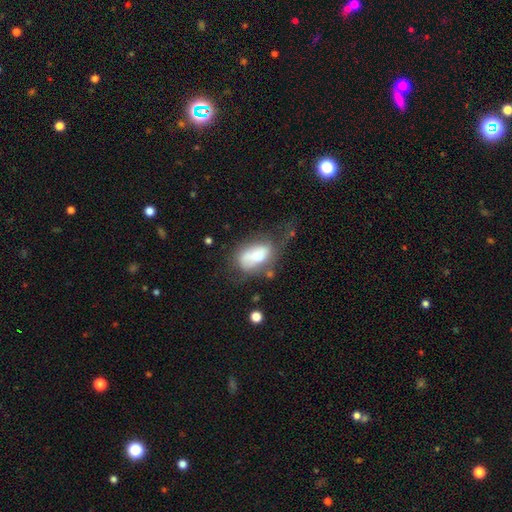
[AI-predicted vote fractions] This appears to be a smooth galaxy with no disk features (60%) that is in between round and cigar-shaped (89%). Merging: major disturbance (37%).